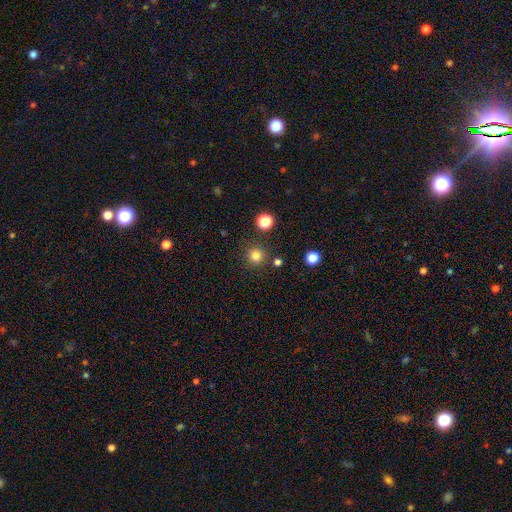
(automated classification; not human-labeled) Morphology: type=smooth (81%); roundness=round (95%); merging=none (87%).